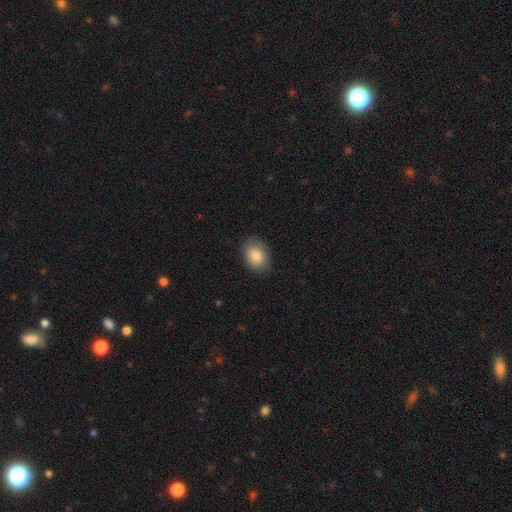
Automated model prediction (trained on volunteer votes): A smooth galaxy with no disk features (86%) that is in between round and cigar-shaped (78%). Merging: none (85%).